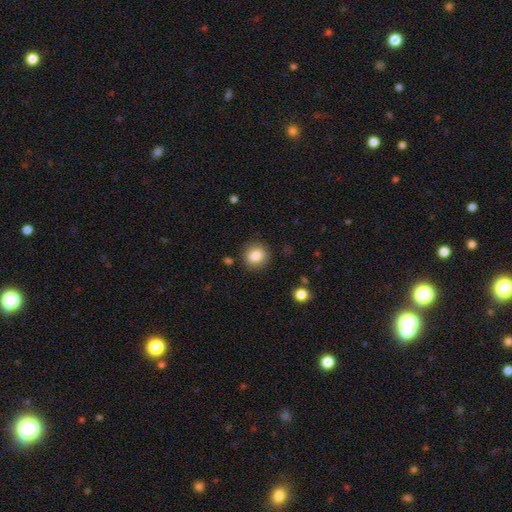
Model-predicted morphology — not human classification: This appears to be a smooth galaxy with no disk features (84%) that is round (82%). Merging: none (87%).